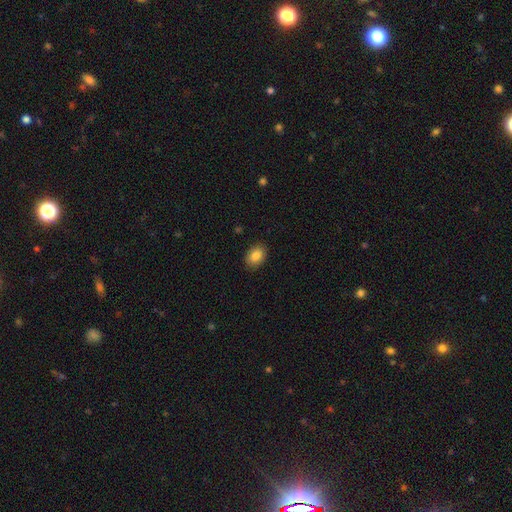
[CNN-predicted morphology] Q: Smooth or featured?
A: smooth (86%); runner-up: star or artifact (8%)
Q: How rounded?
A: in between (81%); runner-up: round (18%)
Q: Merging?
A: none (88%); runner-up: minor disturbance (9%)